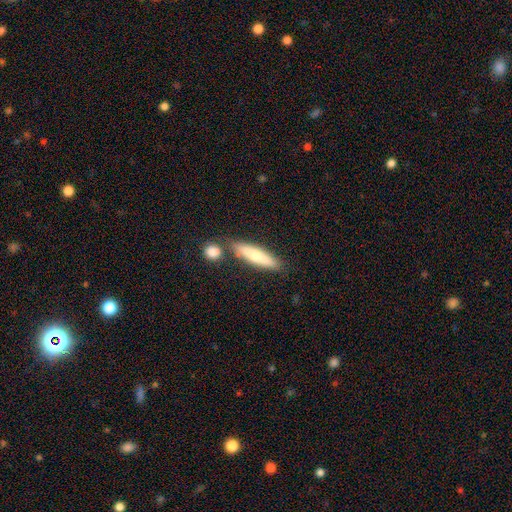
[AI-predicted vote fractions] smooth 66%, featured or disk 28%, star or artifact 6%. Down the decision tree: how rounded — cigar-shaped (80%); merging — none (74%).